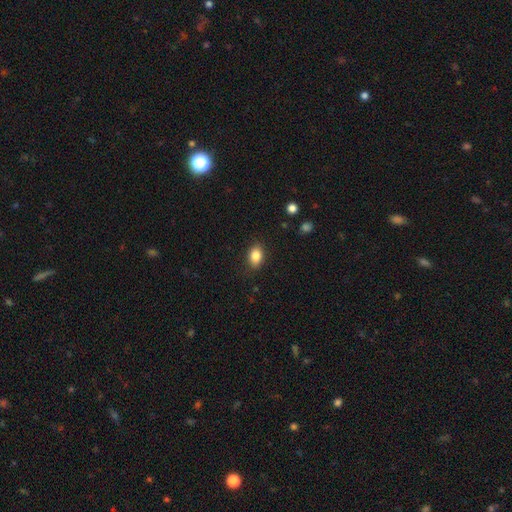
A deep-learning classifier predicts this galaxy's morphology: smooth-or-featured: smooth: 85% | star or artifact: 9% | featured or disk: 6%
  how-rounded: in between: 77% | round: 22% | cigar-shaped: 1%
  merging: none: 86% | minor disturbance: 11% | major disturbance: 3% | merger: 1%